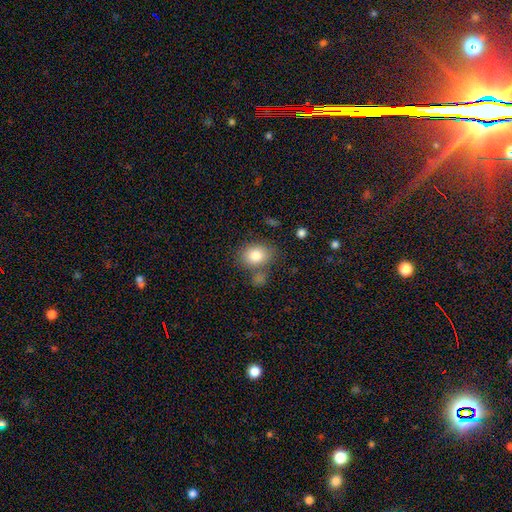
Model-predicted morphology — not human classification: type=smooth (82%); roundness=in between (64%); merging=none (66%).